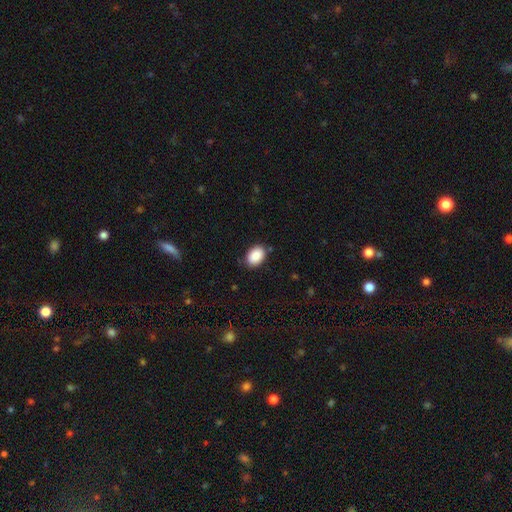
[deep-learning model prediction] Overall: smooth (89%). How rounded: in between (82%). Merging: none (84%).